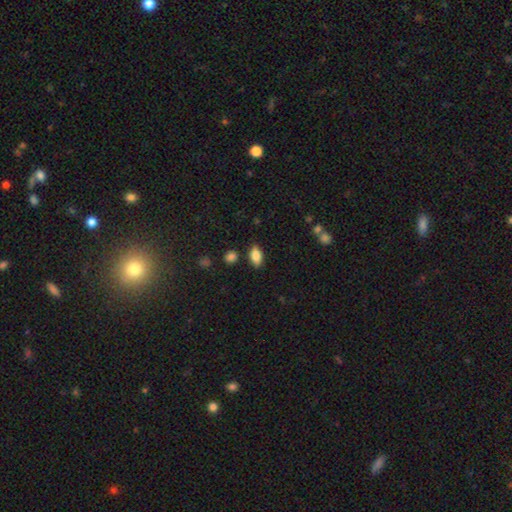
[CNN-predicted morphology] type=smooth (83%); roundness=in between (89%); merging=none (83%).